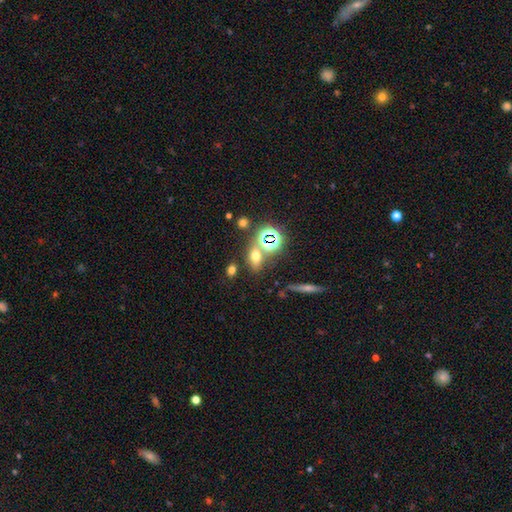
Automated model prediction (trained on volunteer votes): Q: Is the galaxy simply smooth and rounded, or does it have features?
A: smooth — 53%.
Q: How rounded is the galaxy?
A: in between — 66%.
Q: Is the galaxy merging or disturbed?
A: none — 71%.